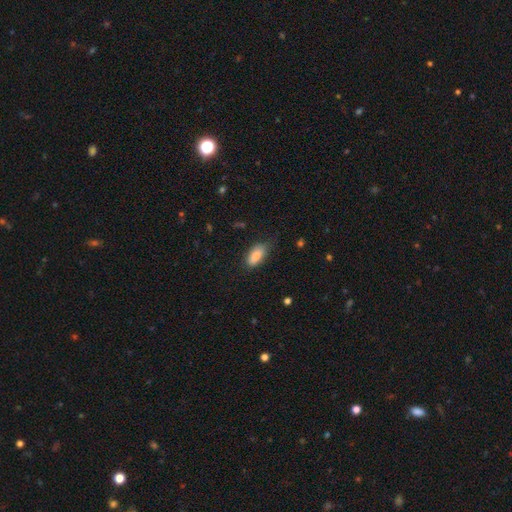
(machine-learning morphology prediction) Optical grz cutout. It shows a smooth galaxy with no disk features (83%) that is in between round and cigar-shaped (87%). Merging: none (71%).